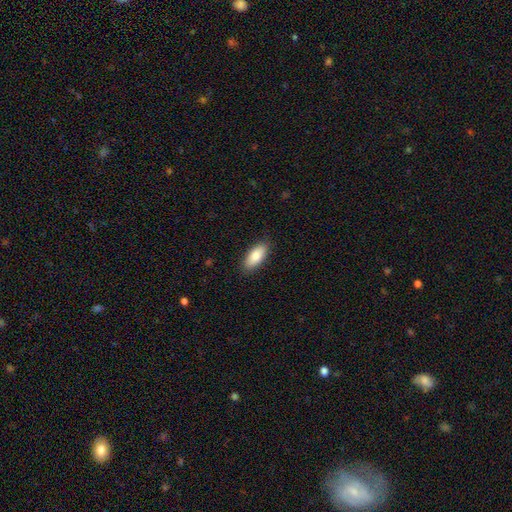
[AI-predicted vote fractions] Smooth or featured: smooth — 84% (featured or disk — 10%)
How rounded: in between — 85% (cigar-shaped — 13%)
Merging: none — 87% (minor disturbance — 10%)